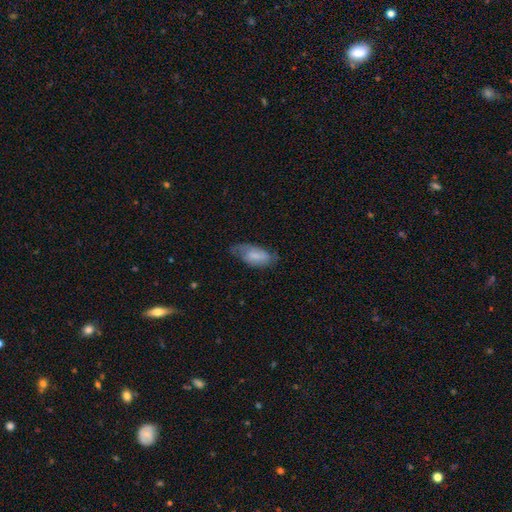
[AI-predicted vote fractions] A smooth galaxy with no disk features (62%) that is in between round and cigar-shaped (89%).

Vote fractions:
- Smooth or featured? smooth: 62% / featured or disk: 31% / star or artifact: 7%
- How rounded? in between: 89% / cigar-shaped: 9% / round: 3%
- Merging? none: 58% / minor disturbance: 30% / major disturbance: 11% / merger: 2%